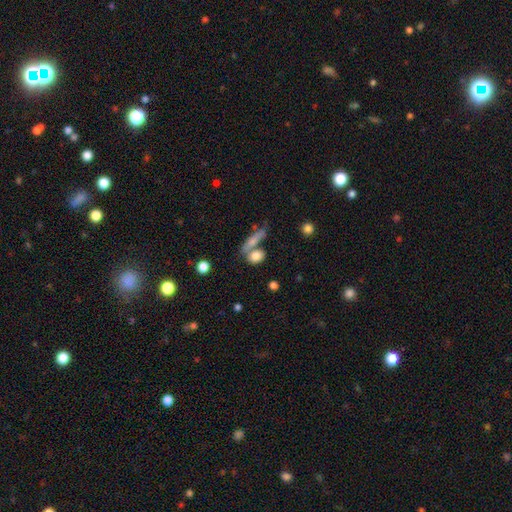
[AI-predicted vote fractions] Smooth or featured? Predicted: smooth (p=0.77). How rounded? Predicted: in between (p=0.61). Merging? Predicted: none (p=0.48).